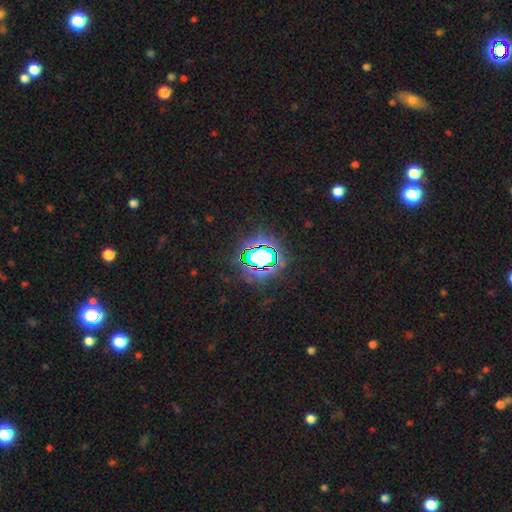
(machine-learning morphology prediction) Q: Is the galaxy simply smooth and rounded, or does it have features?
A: star or artifact — 70%.